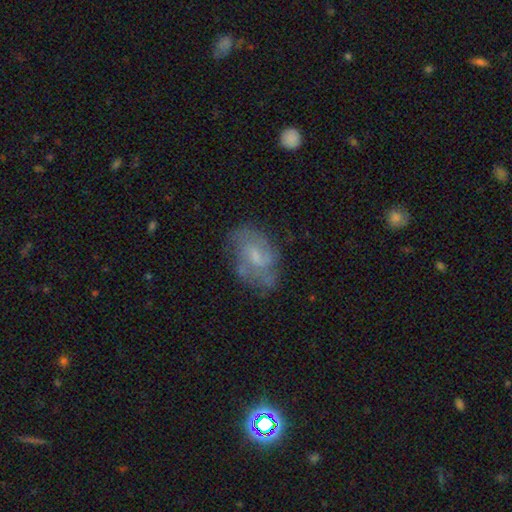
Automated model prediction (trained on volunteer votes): Q: Smooth or featured?
A: featured or disk (59%); runner-up: smooth (32%)
Q: Edge-on disk?
A: no (96%); runner-up: yes (4%)
Q: Bar?
A: weak (48%); runner-up: no (43%)
Q: Spiral arms?
A: yes (72%); runner-up: no (28%)
Q: Bulge size?
A: small (46%); runner-up: moderate (33%)
Q: Merging?
A: none (60%); runner-up: minor disturbance (24%)